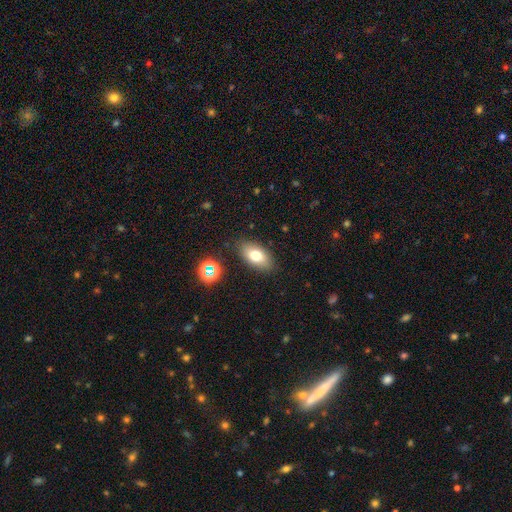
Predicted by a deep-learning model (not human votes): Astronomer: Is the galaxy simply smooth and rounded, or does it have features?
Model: smooth — 74%.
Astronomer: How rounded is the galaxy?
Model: in between — 90%.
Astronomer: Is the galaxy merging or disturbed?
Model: none — 85%.